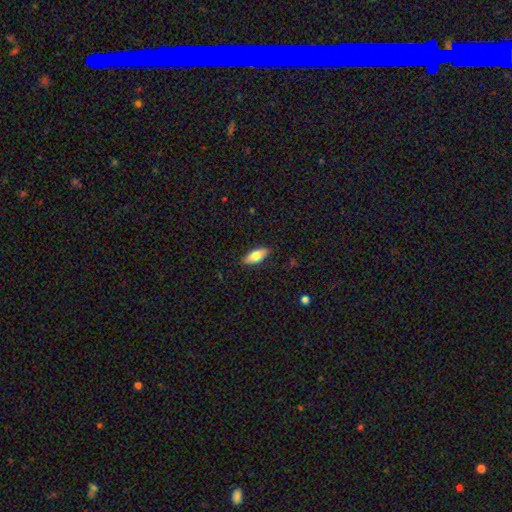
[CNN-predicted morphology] Smooth or featured? smooth (77%)
How rounded? in between (81%)
Merging? none (88%)